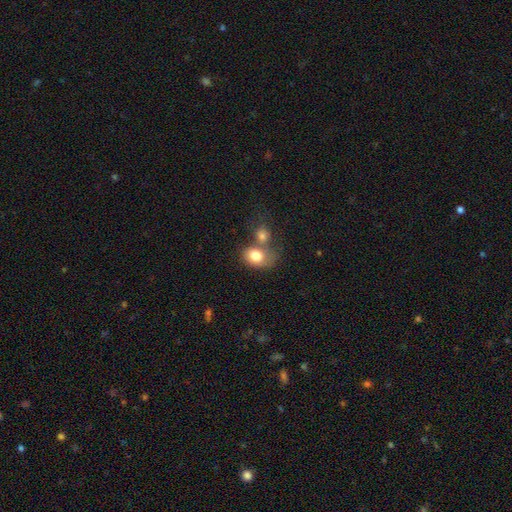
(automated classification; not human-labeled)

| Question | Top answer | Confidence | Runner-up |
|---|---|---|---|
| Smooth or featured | smooth | 79% | featured or disk (13%) |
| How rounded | in between | 62% | round (37%) |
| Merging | merger | 49% | none (30%) |